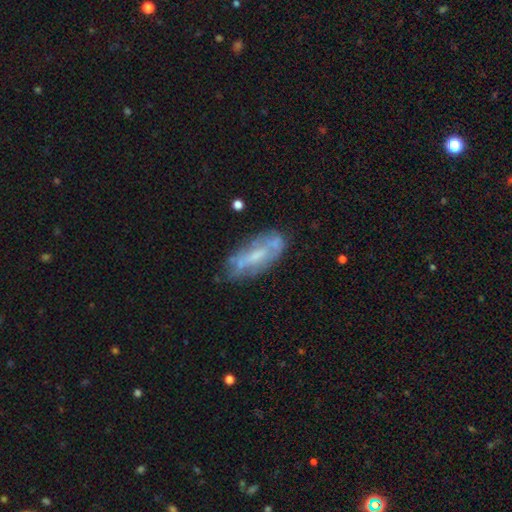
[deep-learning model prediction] Smooth or featured?
  - featured or disk: 58% *
  - smooth: 34%
  - star or artifact: 8%
Edge-on disk?
  - no: 84% *
  - yes: 16%
Merging?
  - none: 61% *
  - minor disturbance: 23%
  - major disturbance: 10%
  - merger: 6%